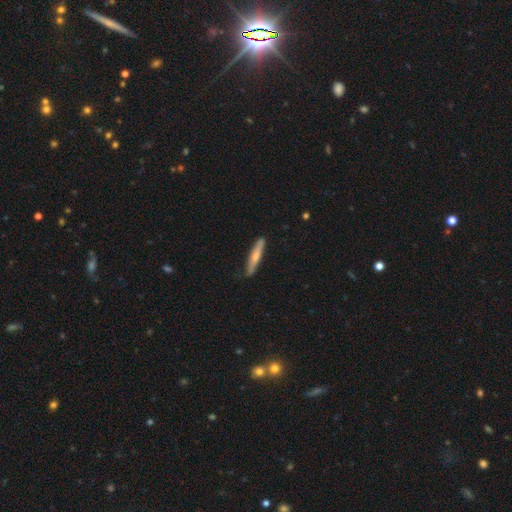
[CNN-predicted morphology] Q: Smooth or featured?
A: smooth (63%); runner-up: featured or disk (32%)
Q: How rounded?
A: cigar-shaped (92%); runner-up: in between (7%)
Q: Merging?
A: none (85%); runner-up: minor disturbance (12%)